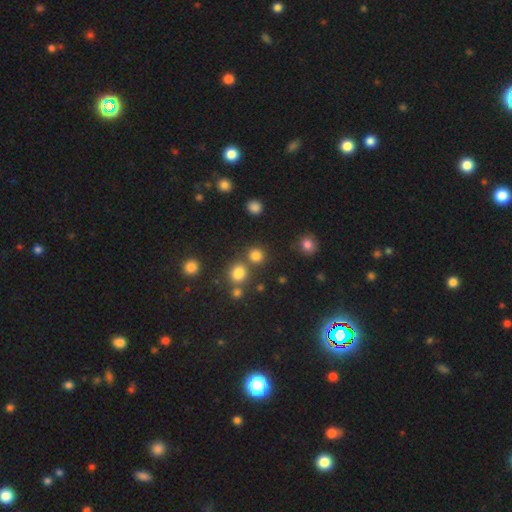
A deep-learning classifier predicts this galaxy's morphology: A smooth galaxy with no disk features (80%) that is round (89%).

Vote fractions:
- Smooth or featured? smooth: 80% / star or artifact: 15% / featured or disk: 5%
- How rounded? round: 89% / in between: 10% / cigar-shaped: 1%
- Merging? none: 73% / merger: 17% / minor disturbance: 7% / major disturbance: 3%